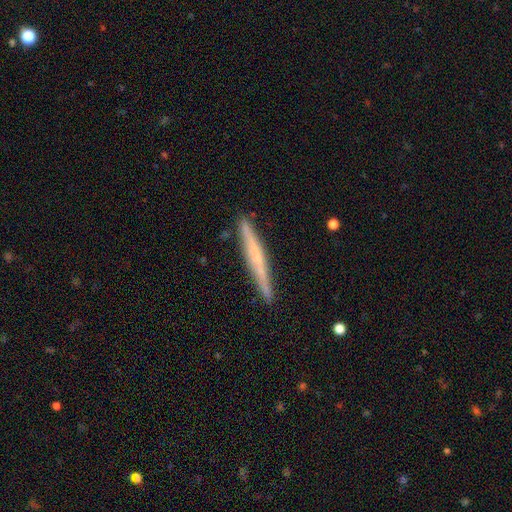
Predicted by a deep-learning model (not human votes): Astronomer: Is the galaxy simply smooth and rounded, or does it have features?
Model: featured or disk — 55% (runner-up: smooth, 39%).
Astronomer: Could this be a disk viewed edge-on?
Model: yes — 97%.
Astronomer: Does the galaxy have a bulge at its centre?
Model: none — 57% (runner-up: rounded, 33%).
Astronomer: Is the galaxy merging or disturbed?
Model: none — 89%.